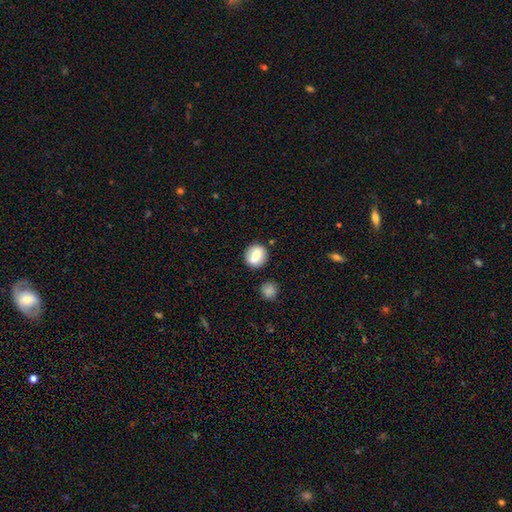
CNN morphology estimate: Overall: smooth (74%). How rounded: round (59%; in between 38%). Merging: none (79%).